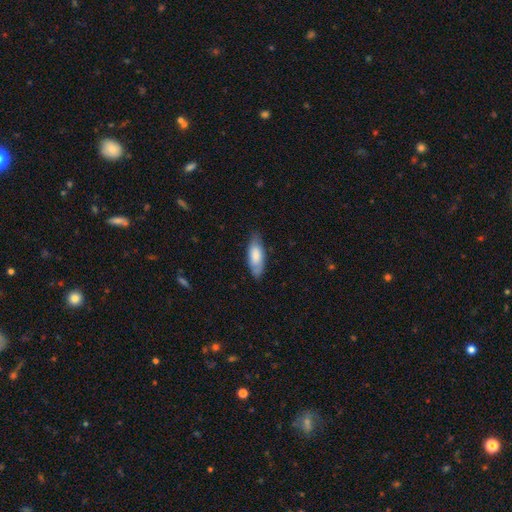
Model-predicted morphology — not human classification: Smooth or featured? smooth (75%)
How rounded? in between (74%)
Merging? none (78%)